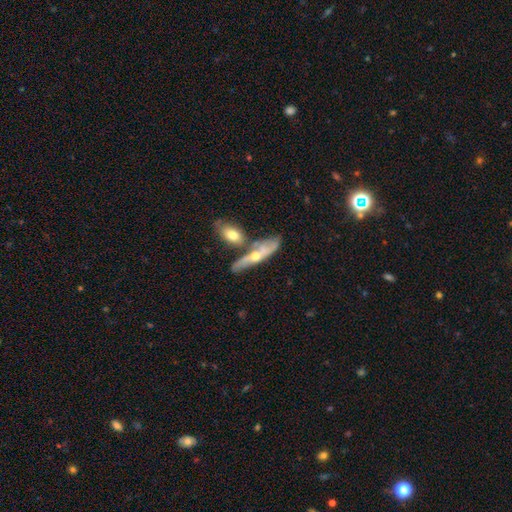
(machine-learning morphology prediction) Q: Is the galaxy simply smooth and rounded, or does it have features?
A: featured or disk — 56%.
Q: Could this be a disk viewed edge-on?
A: yes — 58%.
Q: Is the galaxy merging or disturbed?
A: none — 44%.